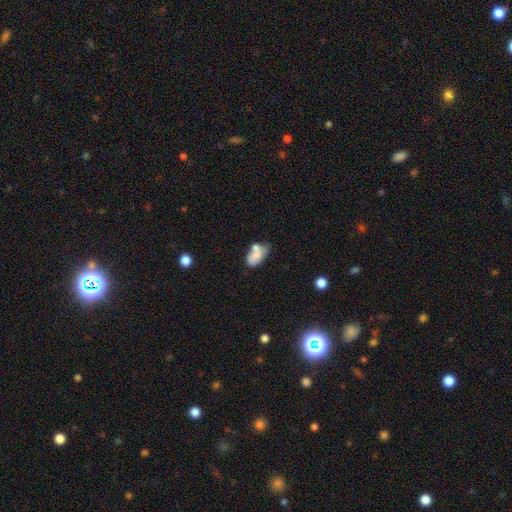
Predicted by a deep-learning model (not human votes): Q: Smooth or featured?
A: smooth (70%); runner-up: featured or disk (21%)
Q: How rounded?
A: in between (89%); runner-up: round (8%)
Q: Merging?
A: merger (35%); runner-up: none (31%)